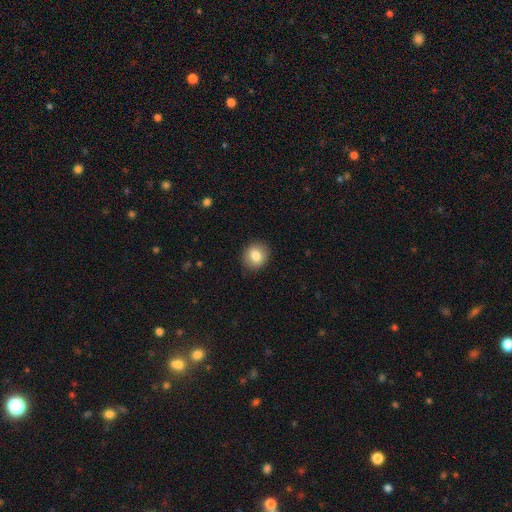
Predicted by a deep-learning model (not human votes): Smooth or featured?
  - smooth: 81% *
  - featured or disk: 11%
  - star or artifact: 9%
How rounded?
  - round: 75% *
  - in between: 24%
  - cigar-shaped: 1%
Merging?
  - none: 89% *
  - minor disturbance: 8%
  - major disturbance: 2%
  - merger: 1%